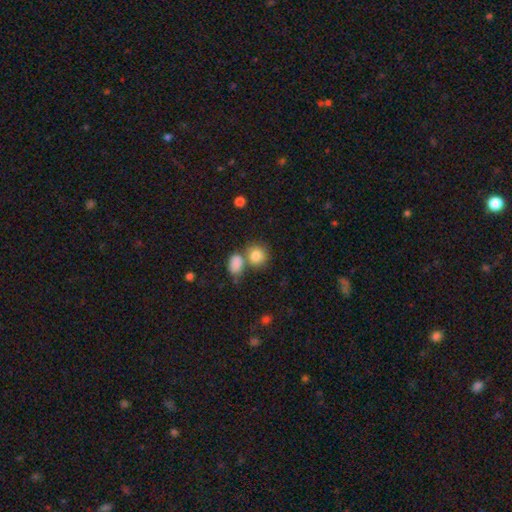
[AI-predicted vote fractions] This appears to be a smooth galaxy with no disk features (84%) that is round (69%). Merging: none (48%).